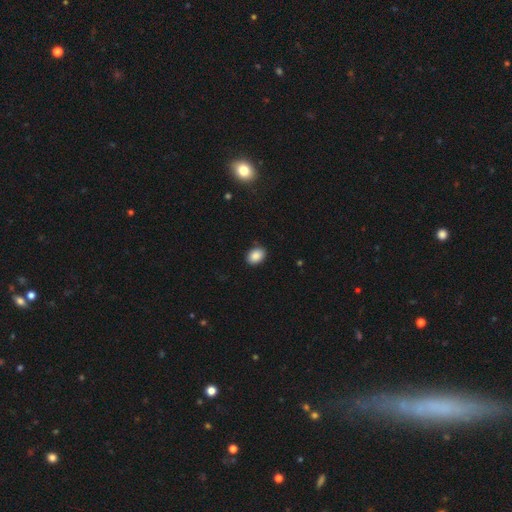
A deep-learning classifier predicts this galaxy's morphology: Overall: smooth (88%). How rounded: in between (74%). Merging: none (86%).